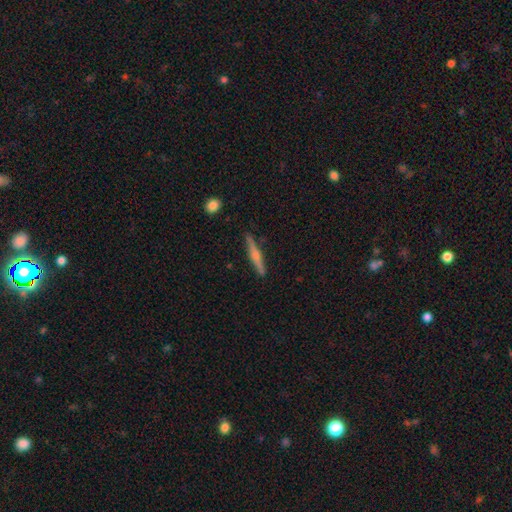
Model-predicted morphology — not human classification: Smooth or featured? featured or disk (58%)
Edge-on disk? yes (98%)
Edge-on bulge? rounded (70%)
Merging? none (88%)